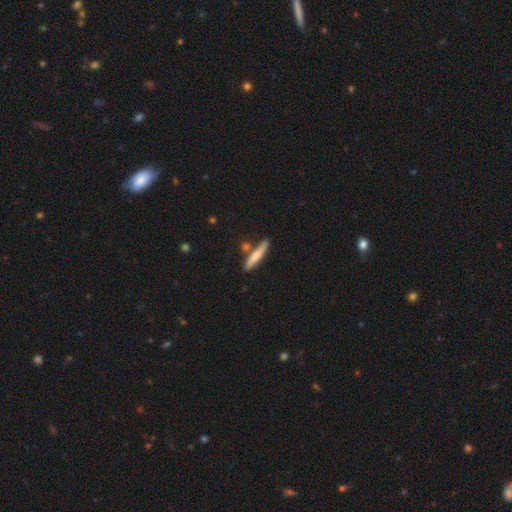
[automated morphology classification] Smooth or featured: smooth — 66% (featured or disk — 28%)
How rounded: cigar-shaped — 90% (in between — 8%)
Merging: none — 71% (minor disturbance — 16%)